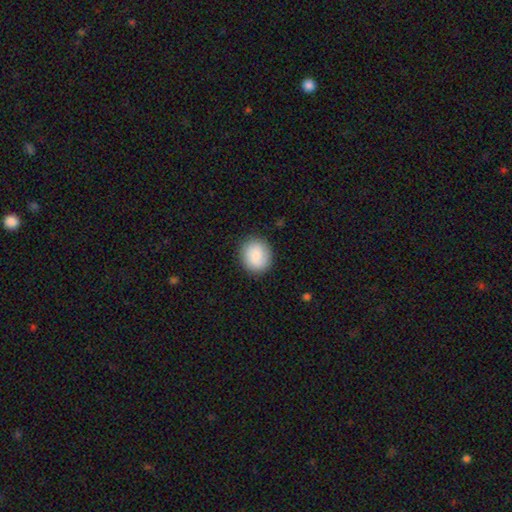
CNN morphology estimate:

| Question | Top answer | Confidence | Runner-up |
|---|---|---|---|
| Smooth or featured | smooth | 87% | star or artifact (7%) |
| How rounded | round | 73% | in between (26%) |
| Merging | none | 87% | minor disturbance (9%) |